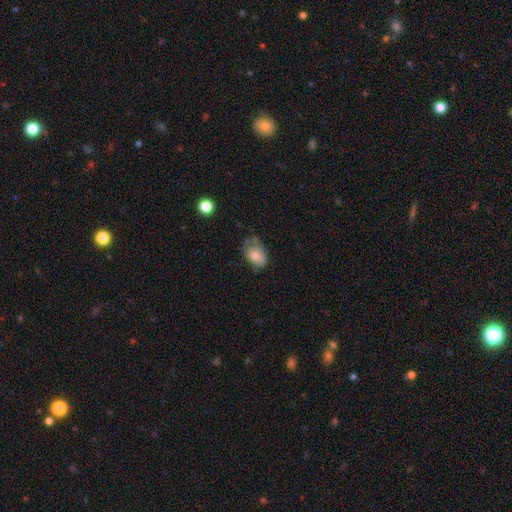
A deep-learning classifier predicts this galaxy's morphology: This appears to be a smooth galaxy with no disk features (70%) that is in between round and cigar-shaped (78%). Merging: none (44%).